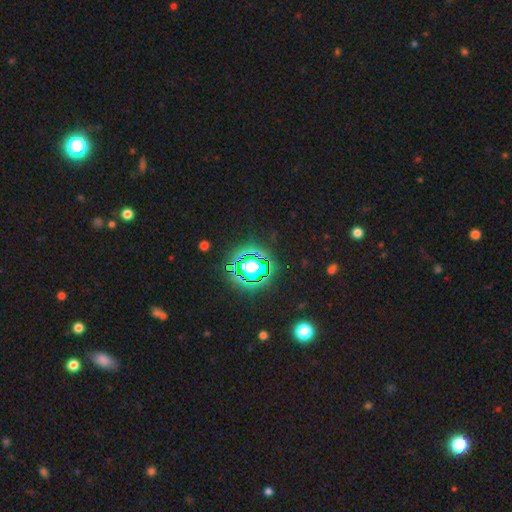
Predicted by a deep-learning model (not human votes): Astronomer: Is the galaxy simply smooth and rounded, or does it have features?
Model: star or artifact — 80%.